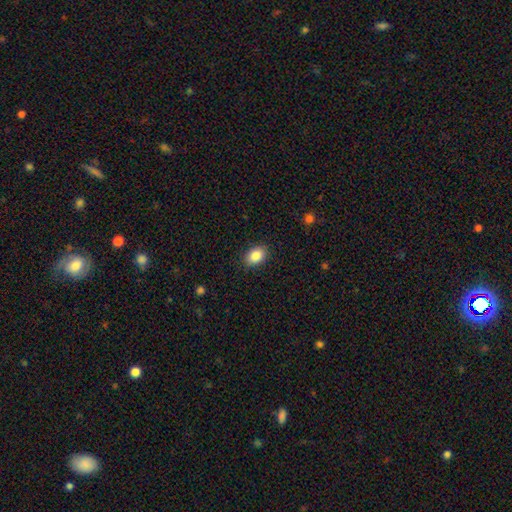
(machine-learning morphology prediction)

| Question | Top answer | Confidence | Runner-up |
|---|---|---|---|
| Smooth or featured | smooth | 86% | star or artifact (8%) |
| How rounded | in between | 79% | round (20%) |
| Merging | none | 88% | minor disturbance (9%) |